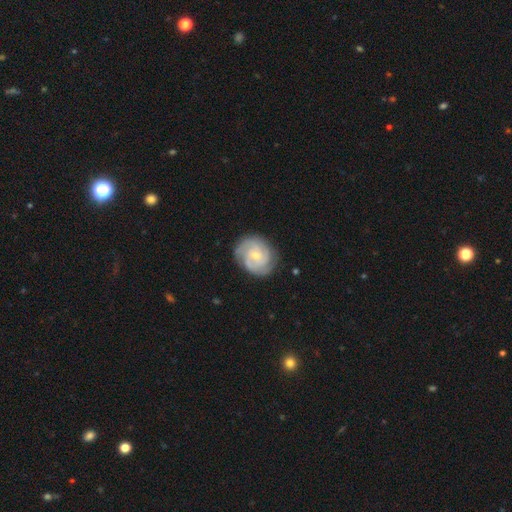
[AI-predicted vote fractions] This is clearly a featured or disk galaxy (80%). It is clearly not viewed edge-on (98%). Bar: possibly no (56%). Spiral arm pattern: clearly yes (96%). Spiral arm count: marginally 3 (30%, tied with 2). Spiral winding: likely tight (64%). Central bulge: likely small (63%). Merging: likely none (79%).